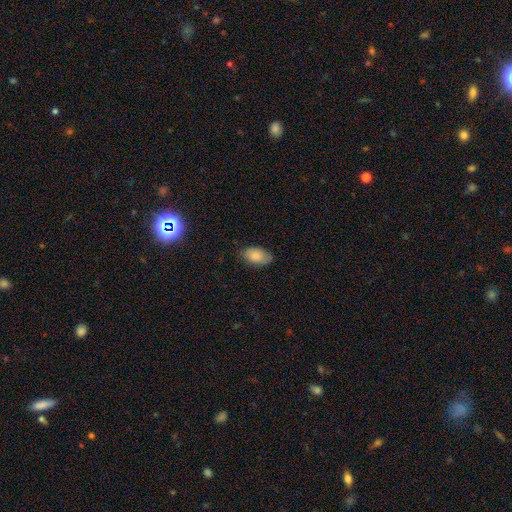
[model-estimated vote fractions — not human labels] Q: Smooth or featured?
A: smooth (85%); runner-up: featured or disk (8%)
Q: How rounded?
A: in between (93%); runner-up: round (5%)
Q: Merging?
A: none (78%); runner-up: minor disturbance (17%)